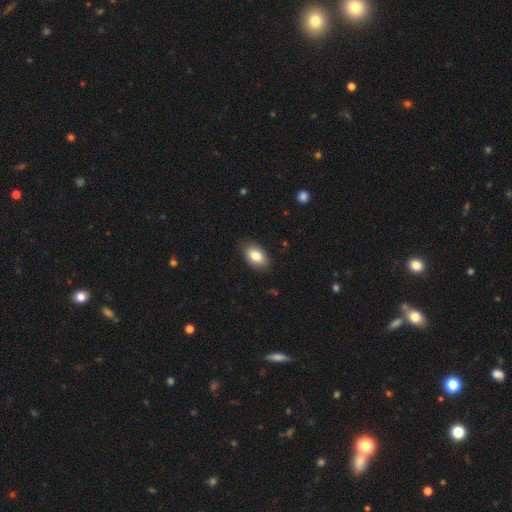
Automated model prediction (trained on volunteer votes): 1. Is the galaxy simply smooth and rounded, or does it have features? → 81% smooth, 11% featured or disk, 7% star or artifact.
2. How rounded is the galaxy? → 90% in between, 8% round, 2% cigar-shaped.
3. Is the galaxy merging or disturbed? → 84% none, 13% minor disturbance, 2% major disturbance, 1% merger.